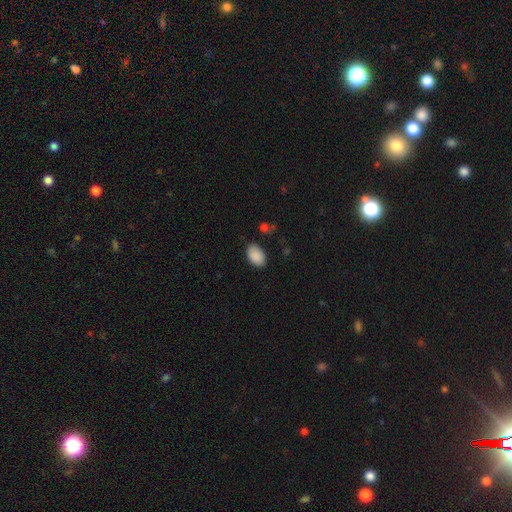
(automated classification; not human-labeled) Morphology: type=smooth (90%); roundness=in between (91%); merging=none (81%).